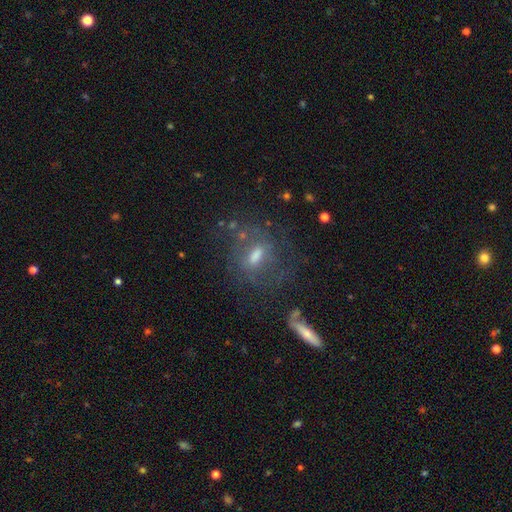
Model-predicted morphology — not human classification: Smooth or featured? featured or disk (56%)
Edge-on disk? no (89%)
Merging? none (61%)